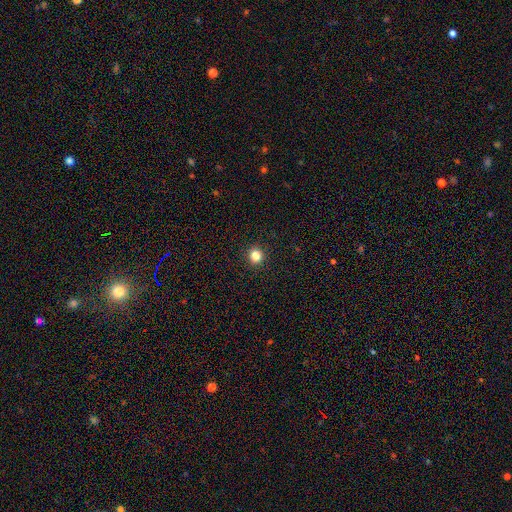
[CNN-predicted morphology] smooth 84%, star or artifact 12%, featured or disk 4%. Down the decision tree: how rounded — round (93%); merging — none (93%).